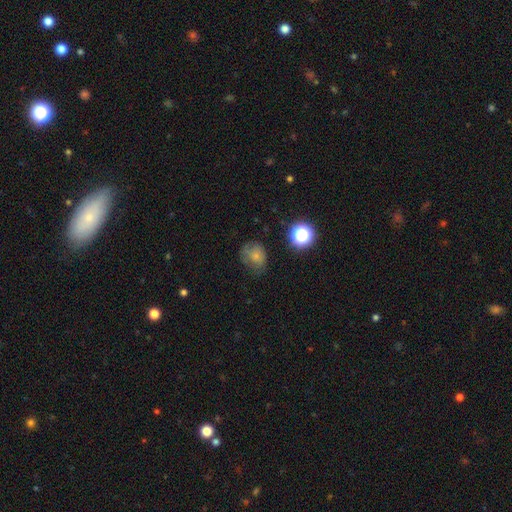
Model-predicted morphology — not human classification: Smooth or featured: smooth — 62% (featured or disk — 22%)
How rounded: round — 61% (in between — 38%)
Merging: none — 53% (minor disturbance — 29%)